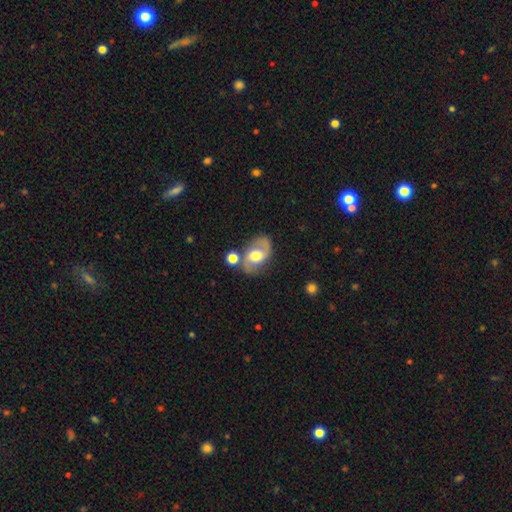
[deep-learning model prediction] Q: Smooth or featured?
A: featured or disk (66%); runner-up: smooth (27%)
Q: Edge-on disk?
A: no (96%); runner-up: yes (4%)
Q: Bar?
A: no (50%); runner-up: weak (38%)
Q: Spiral arms?
A: yes (82%); runner-up: no (18%)
Q: Spiral winding?
A: medium (44%); runner-up: loose (41%)
Q: Spiral arm count?
A: 2 (87%); runner-up: can't tell (6%)
Q: Bulge size?
A: moderate (67%); runner-up: large (21%)
Q: Merging?
A: none (66%); runner-up: minor disturbance (18%)